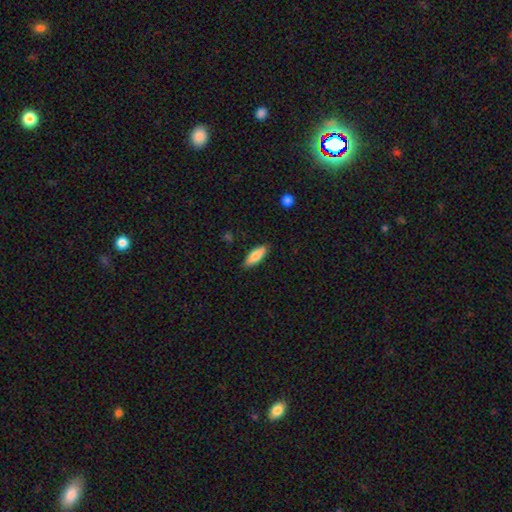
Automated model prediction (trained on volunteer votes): Q: Smooth or featured?
A: smooth (82%); runner-up: featured or disk (12%)
Q: How rounded?
A: in between (56%); runner-up: cigar-shaped (42%)
Q: Merging?
A: none (88%); runner-up: minor disturbance (9%)